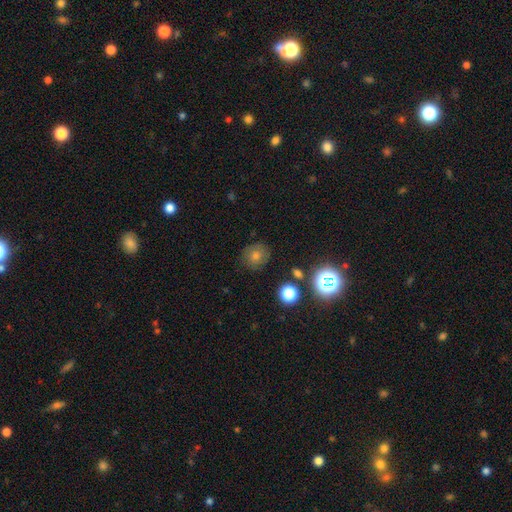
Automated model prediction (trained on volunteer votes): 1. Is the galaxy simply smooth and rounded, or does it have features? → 60% smooth, 24% star or artifact, 16% featured or disk.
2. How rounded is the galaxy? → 88% round, 11% in between, 1% cigar-shaped.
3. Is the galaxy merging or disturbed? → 85% none, 10% minor disturbance, 3% major disturbance, 2% merger.